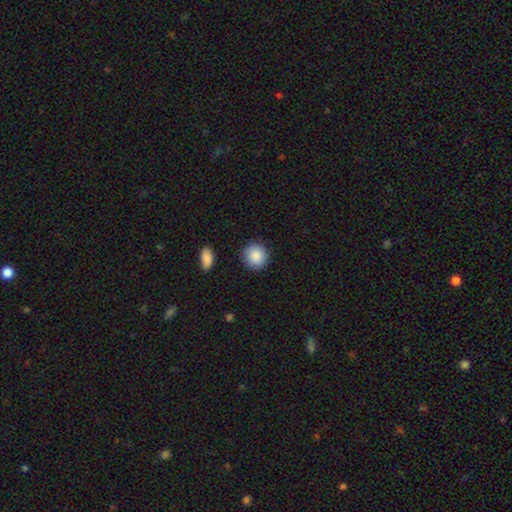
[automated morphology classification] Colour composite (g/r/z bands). It shows a smooth galaxy with no disk features (89%) that is round (90%). Merging: none (89%).